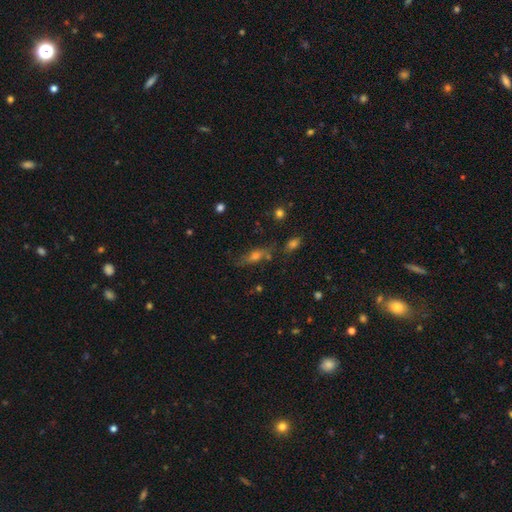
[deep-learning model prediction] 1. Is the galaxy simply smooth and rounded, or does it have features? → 41% smooth, 36% featured or disk, 23% star or artifact.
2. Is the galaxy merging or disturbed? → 65% none, 17% minor disturbance, 10% merger, 8% major disturbance.